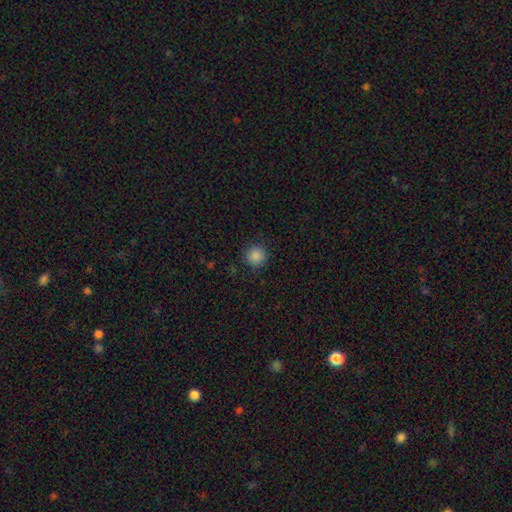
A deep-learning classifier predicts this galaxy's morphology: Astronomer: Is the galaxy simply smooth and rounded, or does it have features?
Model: smooth — 87%.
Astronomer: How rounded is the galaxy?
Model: round — 94%.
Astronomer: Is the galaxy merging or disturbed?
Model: none — 90%.